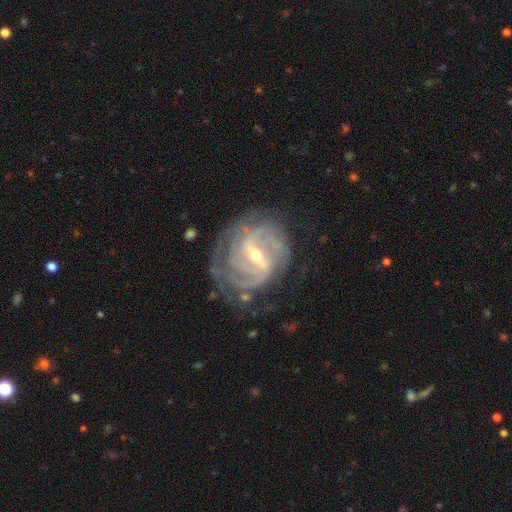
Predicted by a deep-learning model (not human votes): Smooth or featured? featured or disk (91%)
Edge-on disk? no (97%)
Bar? strong (53%)
Spiral arms? yes (97%)
Spiral winding? tight (61%)
Spiral arm count? 2 (34%)
Bulge size? moderate (50%)
Merging? none (67%)